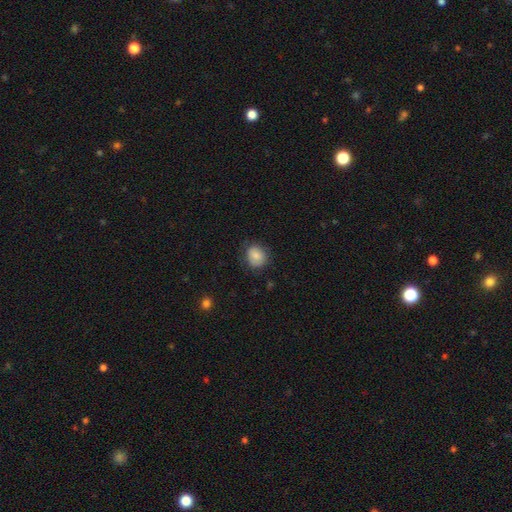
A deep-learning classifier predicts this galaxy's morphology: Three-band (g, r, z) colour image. It shows a smooth galaxy with no disk features (81%) that is round (70%). Merging: none (74%).